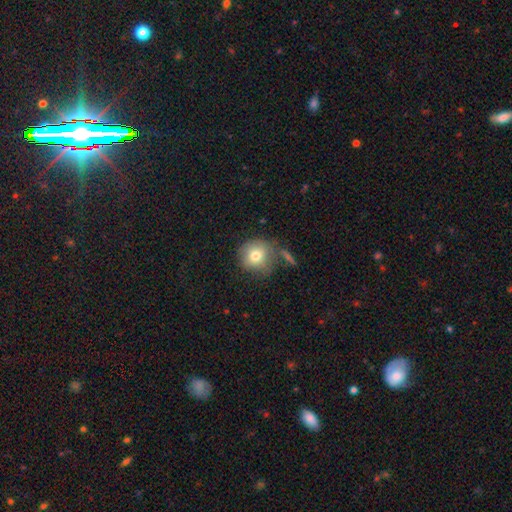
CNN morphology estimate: Smooth or featured?
  - smooth: 77% *
  - featured or disk: 13%
  - star or artifact: 9%
How rounded?
  - round: 89% *
  - in between: 10%
  - cigar-shaped: 1%
Merging?
  - none: 64% *
  - minor disturbance: 18%
  - merger: 10%
  - major disturbance: 8%